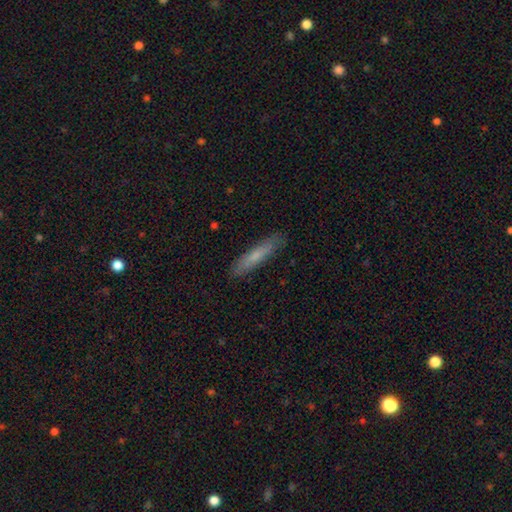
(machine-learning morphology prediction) Smooth or featured?
  - smooth: 67% *
  - featured or disk: 27%
  - star or artifact: 6%
How rounded?
  - cigar-shaped: 90% *
  - in between: 9%
  - round: 1%
Merging?
  - none: 87% *
  - minor disturbance: 10%
  - major disturbance: 2%
  - merger: 1%